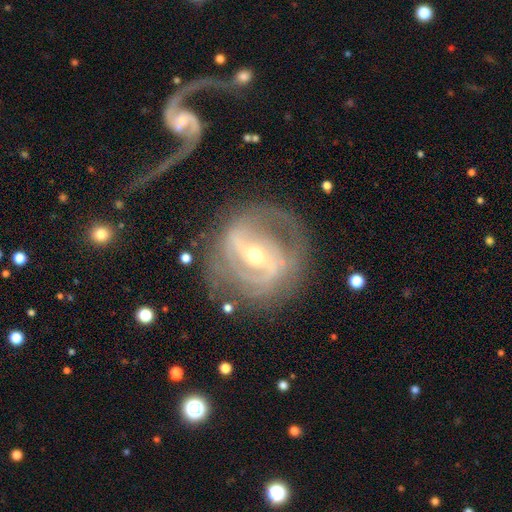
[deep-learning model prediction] A featured or disk galaxy (87%) with a strong bar (53%), 2 (59%) medium (41%, tied with tight) spiral arms (90%) and a small central bulge (53%).

Vote fractions:
- Smooth or featured? featured or disk: 87% / smooth: 7% / star or artifact: 6%
- Edge-on disk? no: 96% / yes: 4%
- Bar? strong: 53% / weak: 33% / no: 14%
- Spiral arms? yes: 90% / no: 10%
- Spiral winding? medium: 41% (tied) / tight: 41% (tied) / loose: 17%
- Spiral arm count? 2: 59% / can't tell: 18% / 3: 11% / 1: 5% / 4: 4% / more than 4: 3%
- Bulge size? small: 53% / moderate: 43% / large: 2% / dominant: 1% / none: 1%
- Merging? none: 65% / minor disturbance: 16% / major disturbance: 14% / merger: 5%